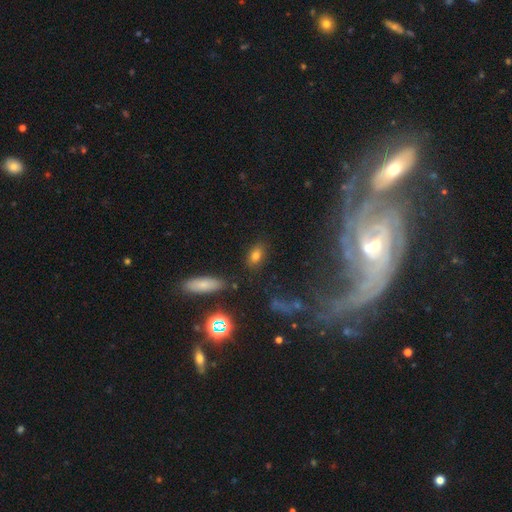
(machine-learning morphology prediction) A smooth galaxy with no disk features (77%) that is in between round and cigar-shaped (85%).

Vote fractions:
- Smooth or featured? smooth: 77% / star or artifact: 13% / featured or disk: 10%
- How rounded? in between: 85% / round: 10% / cigar-shaped: 5%
- Merging? none: 81% / minor disturbance: 13% / major disturbance: 4% / merger: 3%